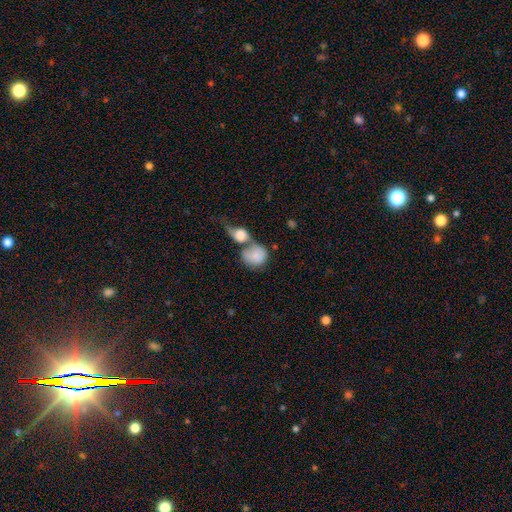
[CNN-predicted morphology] smooth-or-featured: smooth: 78% | featured or disk: 16% | star or artifact: 7%
  how-rounded: round: 74% | in between: 25% | cigar-shaped: 1%
  merging: merger: 63% | none: 18% | major disturbance: 10% | minor disturbance: 9%